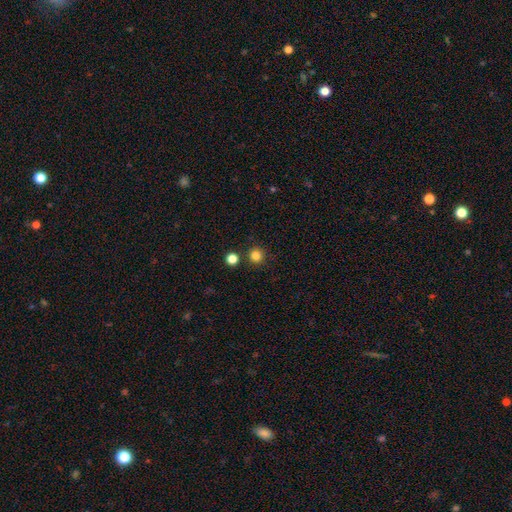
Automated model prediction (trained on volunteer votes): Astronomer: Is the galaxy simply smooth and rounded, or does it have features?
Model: smooth — 83%.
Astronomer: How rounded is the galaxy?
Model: round — 95%.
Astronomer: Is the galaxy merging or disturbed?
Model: none — 88%.